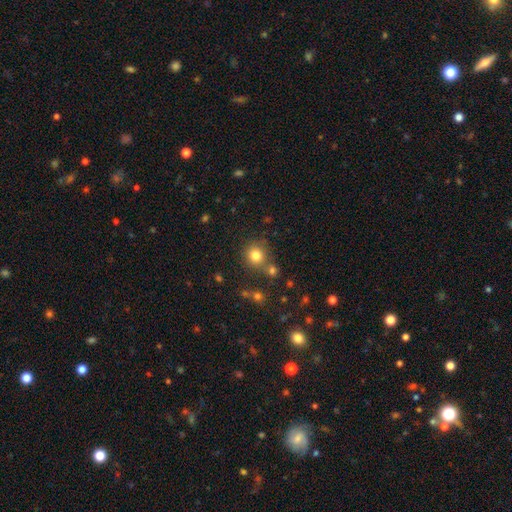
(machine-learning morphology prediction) Q: Smooth or featured?
A: smooth (80%); runner-up: star or artifact (13%)
Q: How rounded?
A: round (90%); runner-up: in between (9%)
Q: Merging?
A: none (71%); runner-up: merger (16%)